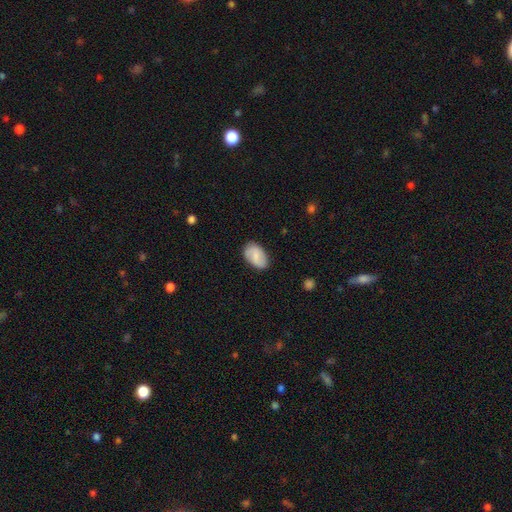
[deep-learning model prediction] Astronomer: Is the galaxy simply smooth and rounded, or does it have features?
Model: smooth — 62%.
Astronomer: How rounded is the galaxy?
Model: in between — 91%.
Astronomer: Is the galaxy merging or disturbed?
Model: none — 80%.